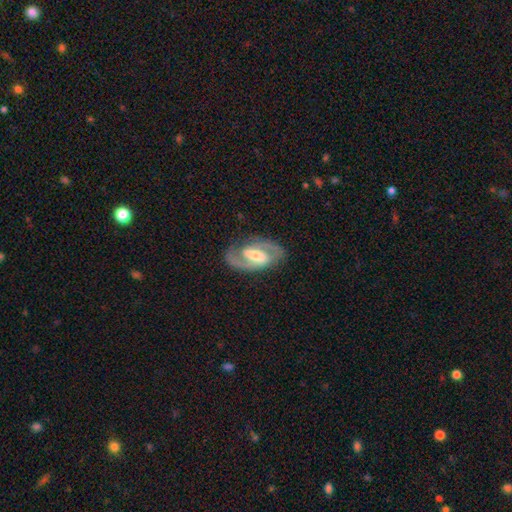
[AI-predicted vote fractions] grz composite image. It shows a featured or disk galaxy (89%) with a strong bar (51%), 2 (92%) medium (57%) spiral arms (96%) and a moderate central bulge (52%). Merging: none (83%).